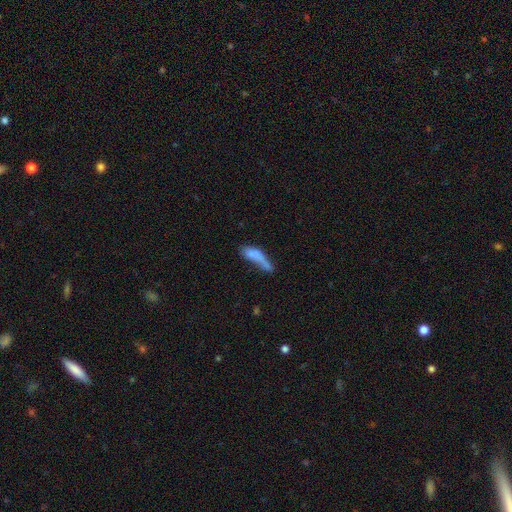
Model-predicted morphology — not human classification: smooth-or-featured: smooth: 70% | featured or disk: 21% | star or artifact: 9%
  how-rounded: cigar-shaped: 55% | in between: 42% | round: 3%
  merging: none: 28% | major disturbance: 27% | minor disturbance: 23% | merger: 22%